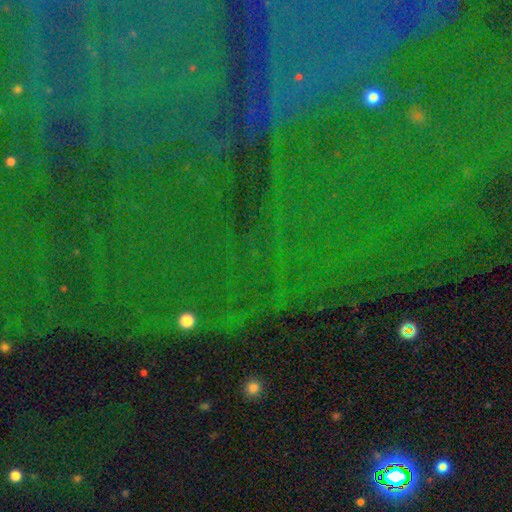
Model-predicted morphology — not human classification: smooth-or-featured: star or artifact: 84% | featured or disk: 9% | smooth: 8%